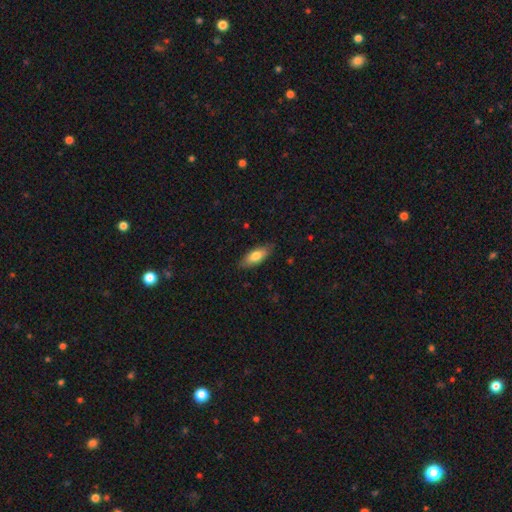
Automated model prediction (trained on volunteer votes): This is likely a smooth galaxy (77%). How rounded: likely in between (77%). Merging: clearly none (83%).